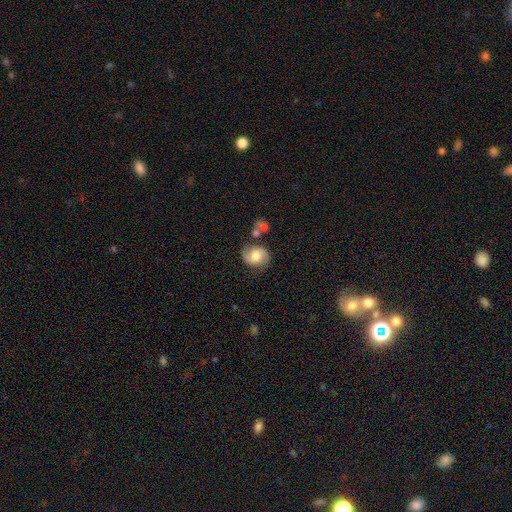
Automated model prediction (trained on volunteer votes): This appears to be a featured or disk galaxy (51%). Merging: none (61%).